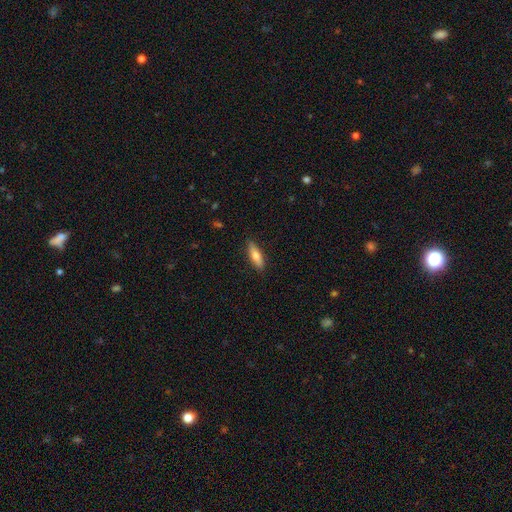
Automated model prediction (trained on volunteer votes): Overall: smooth (70%). How rounded: cigar-shaped (53%; in between 45%). Merging: none (86%).